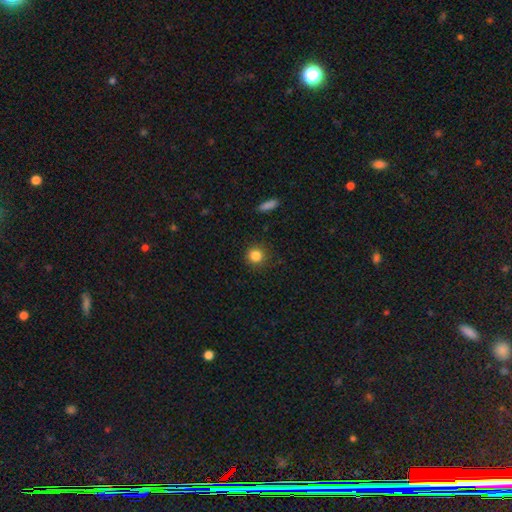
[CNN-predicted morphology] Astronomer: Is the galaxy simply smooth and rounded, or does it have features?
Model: smooth — 84%.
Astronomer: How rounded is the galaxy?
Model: round — 92%.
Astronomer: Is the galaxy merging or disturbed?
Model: none — 89%.